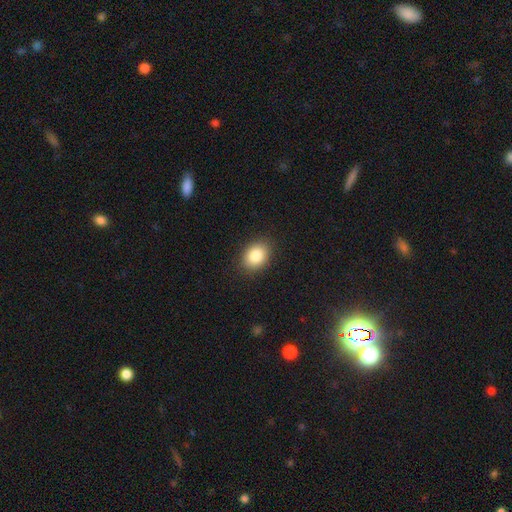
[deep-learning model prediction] Smooth or featured?
  - smooth: 85% *
  - star or artifact: 8%
  - featured or disk: 6%
How rounded?
  - in between: 69% *
  - round: 30%
  - cigar-shaped: 1%
Merging?
  - none: 88% *
  - minor disturbance: 9%
  - major disturbance: 2%
  - merger: 1%